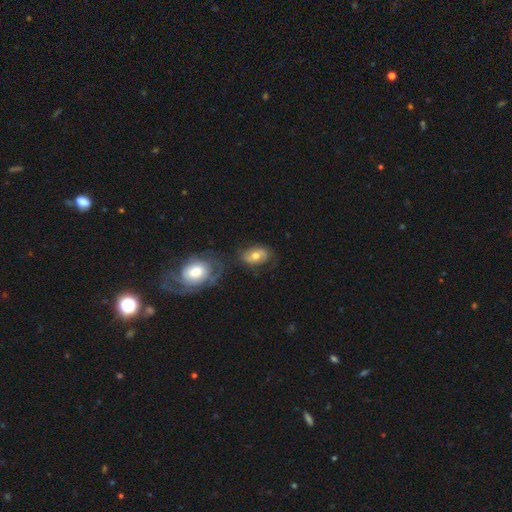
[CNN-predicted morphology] type=smooth (48%); merging=none (67%).